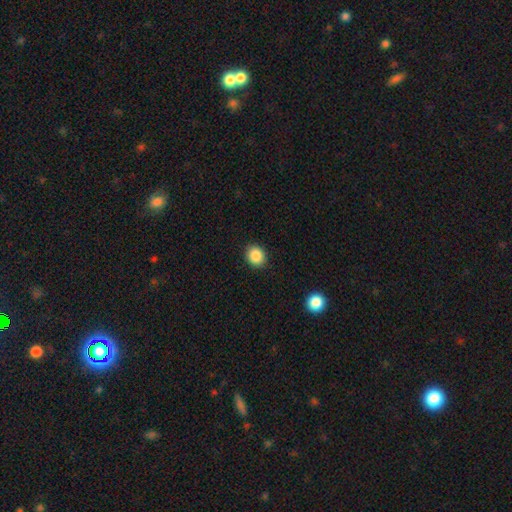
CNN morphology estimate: smooth 87%, star or artifact 9%, featured or disk 3%. Down the decision tree: how rounded — round (68%); merging — none (91%).